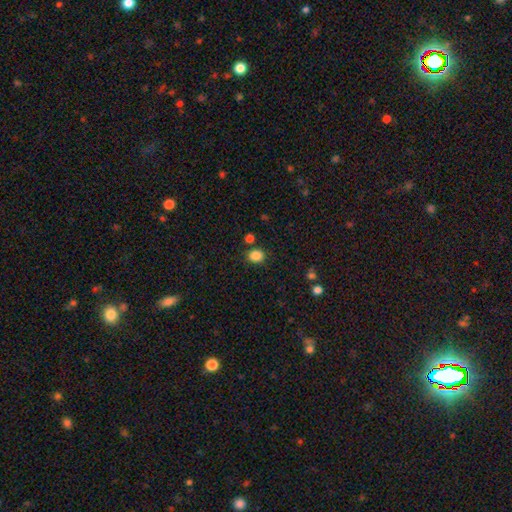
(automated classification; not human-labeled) The model was most divided on "how rounded": round: 66%, in between: 33%, cigar-shaped: 1%. More confident: smooth or featured — smooth (86%); merging — none (82%).